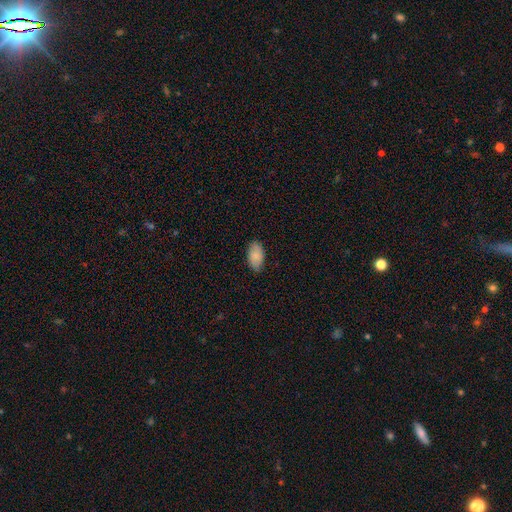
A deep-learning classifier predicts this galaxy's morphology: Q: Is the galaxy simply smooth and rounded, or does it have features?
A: smooth — 87%.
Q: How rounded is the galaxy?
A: in between — 95%.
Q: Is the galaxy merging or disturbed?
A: none — 83%.